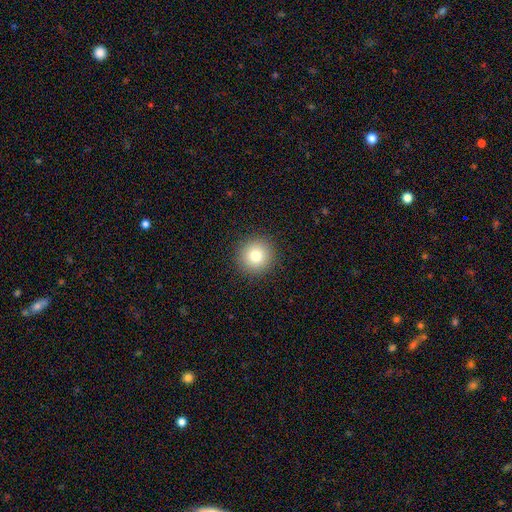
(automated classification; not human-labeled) smooth 80%, star or artifact 12%, featured or disk 8%. Down the decision tree: how rounded — round (95%); merging — none (92%).